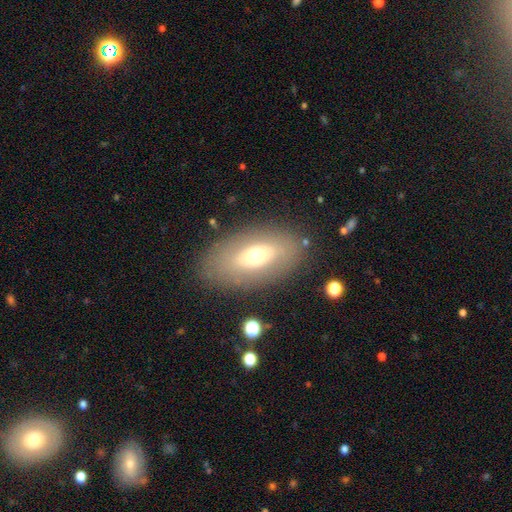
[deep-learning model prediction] Overall: smooth (58%; featured or disk 33%). How rounded: in between (89%). Merging: none (83%).